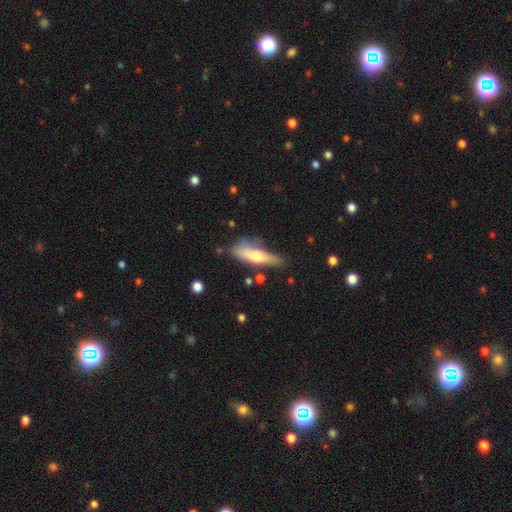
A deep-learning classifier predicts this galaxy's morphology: Smooth or featured? smooth (54%)
How rounded? cigar-shaped (69%)
Merging? none (58%)